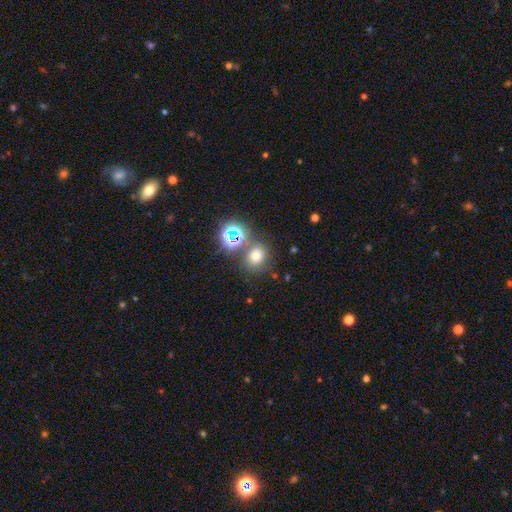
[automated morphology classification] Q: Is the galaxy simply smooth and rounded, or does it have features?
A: smooth — 61%.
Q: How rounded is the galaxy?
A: round — 64%.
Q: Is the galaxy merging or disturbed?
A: none — 66%.